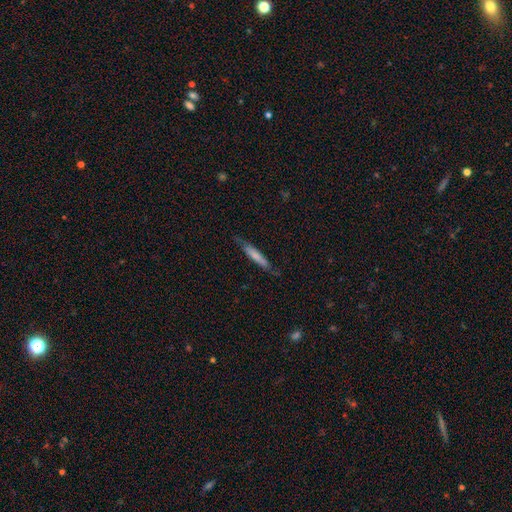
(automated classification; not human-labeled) smooth_or_featured: smooth (p=0.65) [alt: featured or disk p=0.29]
how_rounded: cigar-shaped (p=0.91) [alt: in between p=0.08]
merging: none (p=0.76) [alt: minor disturbance p=0.19]